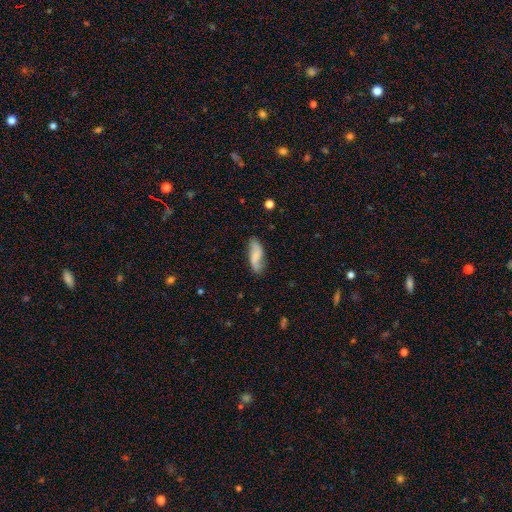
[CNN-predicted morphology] smooth_or_featured: smooth (p=0.54) [alt: featured or disk p=0.39]
how_rounded: in between (p=0.69) [alt: cigar-shaped p=0.29]
merging: none (p=0.71) [alt: minor disturbance p=0.21]